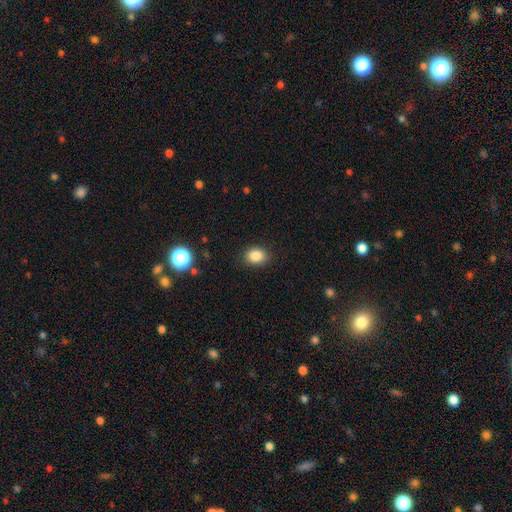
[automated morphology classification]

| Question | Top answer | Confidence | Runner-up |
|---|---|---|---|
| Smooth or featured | smooth | 85% | star or artifact (10%) |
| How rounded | in between | 54% | round (45%) |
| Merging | none | 86% | minor disturbance (10%) |